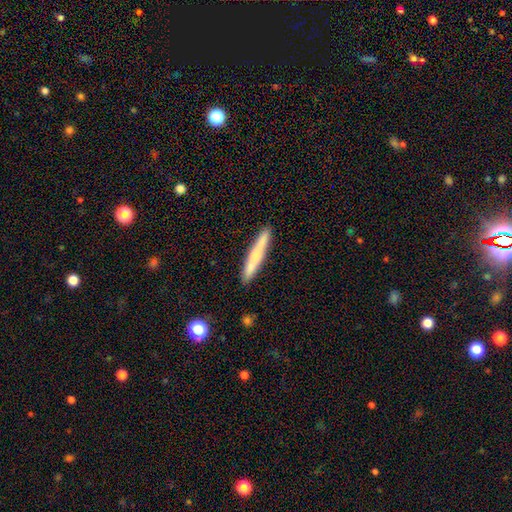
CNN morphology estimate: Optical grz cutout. It shows a smooth galaxy with no disk features (63%) that is cigar-shaped (95%). Merging: none (90%).